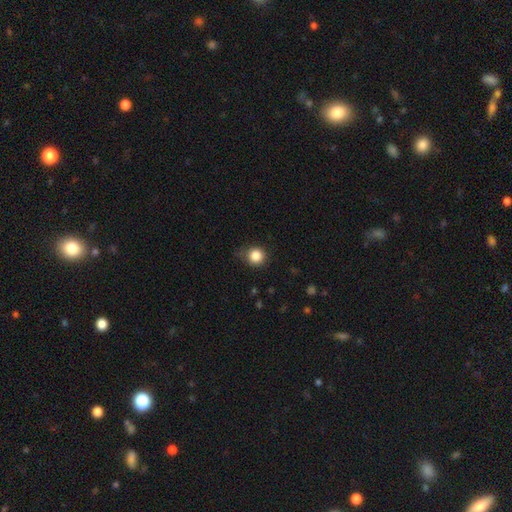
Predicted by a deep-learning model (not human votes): Smooth or featured? smooth (85%)
How rounded? round (92%)
Merging? none (73%)